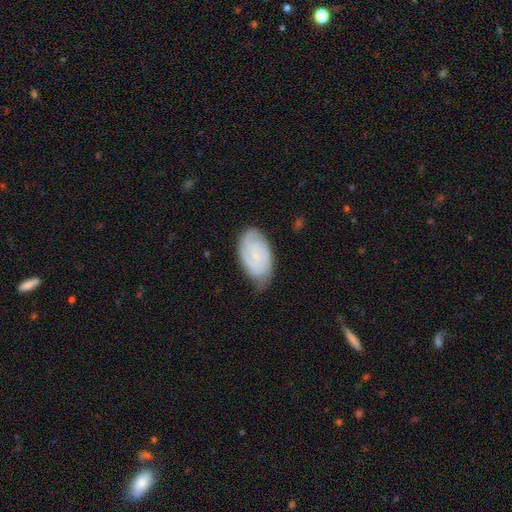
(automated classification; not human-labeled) The model was most divided on "spiral arm count": 2: 43%, can't tell: 24%, 3: 20%, 4: 5%, 1: 4%, more than 4: 4%. More confident: edge-on disk — no (97%); spiral arms — yes (94%); bulge size — small (74%); smooth or featured — featured or disk (73%); merging — none (68%); spiral winding — tight (62%); bar — no (59%).